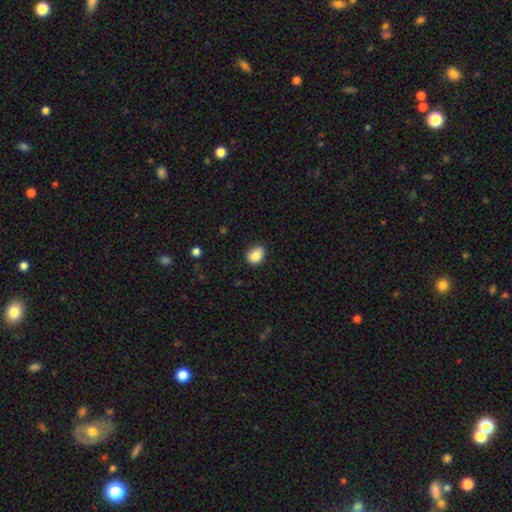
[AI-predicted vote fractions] Smooth or featured? smooth (86%)
How rounded? in between (56%)
Merging? none (70%)